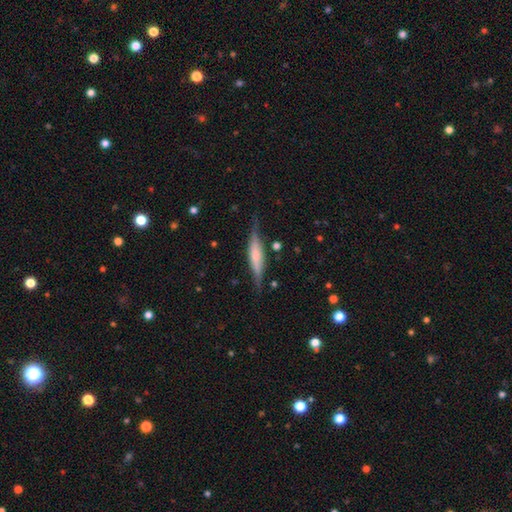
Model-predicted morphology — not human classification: Smooth or featured? featured or disk (57%)
Edge-on disk? yes (92%)
Edge-on bulge? rounded (48%)
Merging? none (75%)